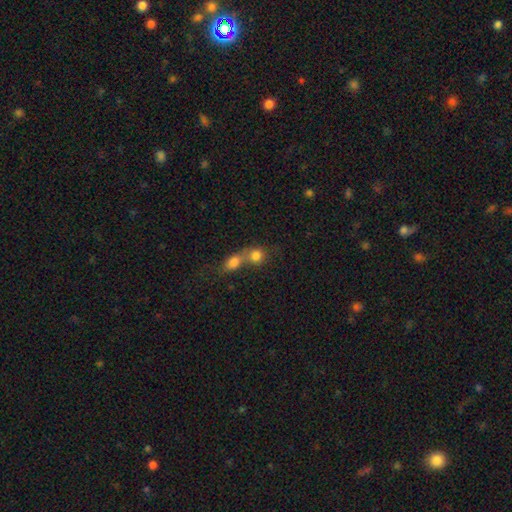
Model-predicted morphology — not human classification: The model was most divided on "merging": merger: 67%, none: 25%, minor disturbance: 5%, major disturbance: 3%. More confident: smooth or featured — smooth (80%); how rounded — round (73%).